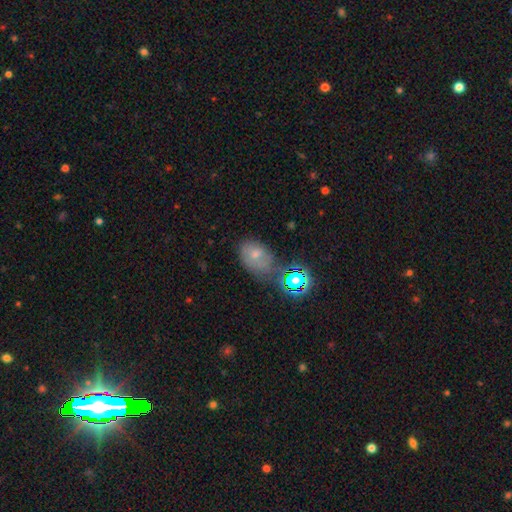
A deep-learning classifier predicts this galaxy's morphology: Smooth or featured? Predicted: smooth (p=0.57). How rounded? Predicted: in between (p=0.74). Merging? Predicted: none (p=0.47).